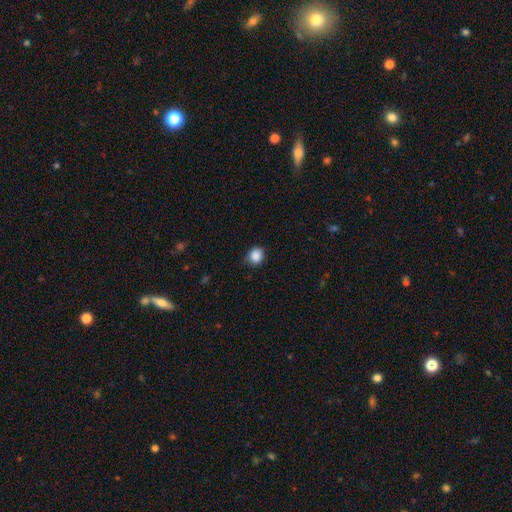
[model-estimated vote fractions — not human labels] Q: Smooth or featured?
A: smooth (88%); runner-up: star or artifact (9%)
Q: How rounded?
A: round (74%); runner-up: in between (25%)
Q: Merging?
A: none (81%); runner-up: minor disturbance (15%)